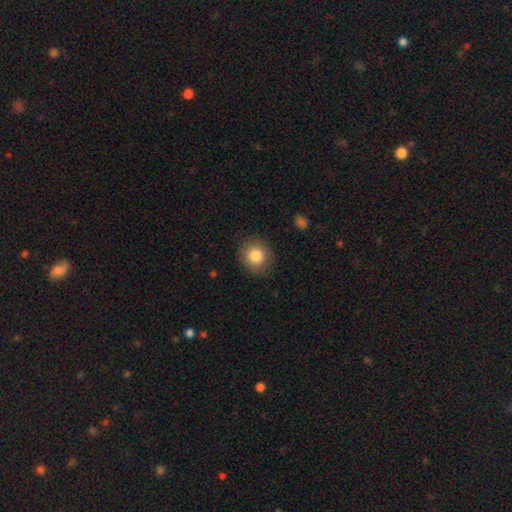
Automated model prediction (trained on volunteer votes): This appears to be a smooth galaxy with no disk features (83%) that is round (81%). Merging: none (88%).